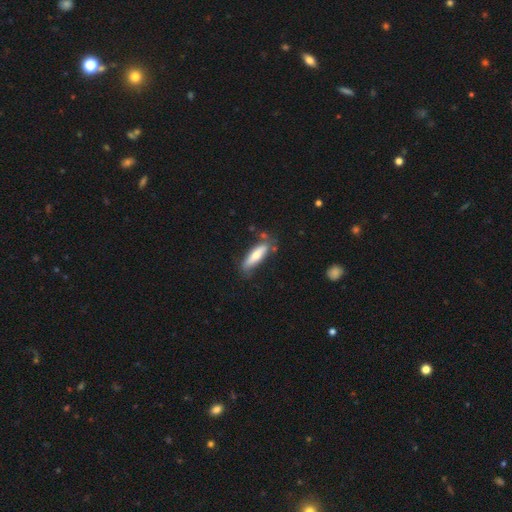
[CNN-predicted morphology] smooth 66%, featured or disk 28%, star or artifact 6%. Down the decision tree: how rounded — cigar-shaped (65%); merging — none (70%).